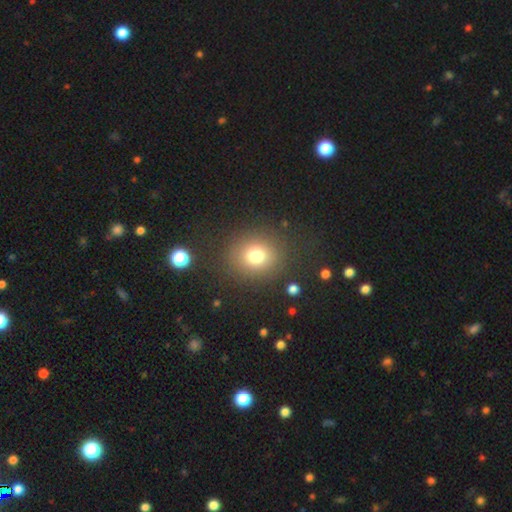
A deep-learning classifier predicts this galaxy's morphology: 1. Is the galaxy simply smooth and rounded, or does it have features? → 76% smooth, 16% star or artifact, 9% featured or disk.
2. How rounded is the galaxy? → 82% round, 17% in between, 1% cigar-shaped.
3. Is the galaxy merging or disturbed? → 86% none, 8% minor disturbance, 4% major disturbance, 2% merger.